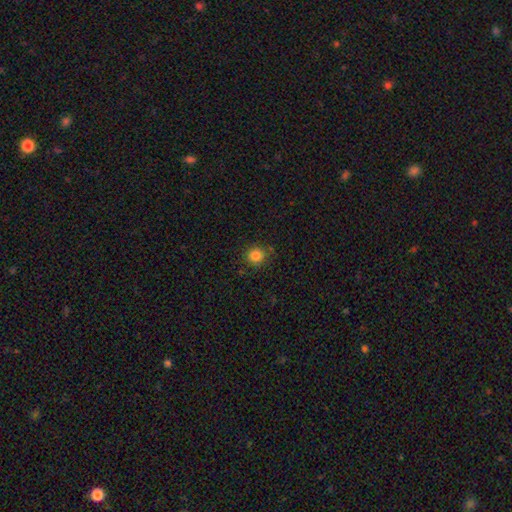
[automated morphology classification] Smooth or featured? smooth (84%)
How rounded? round (92%)
Merging? none (85%)